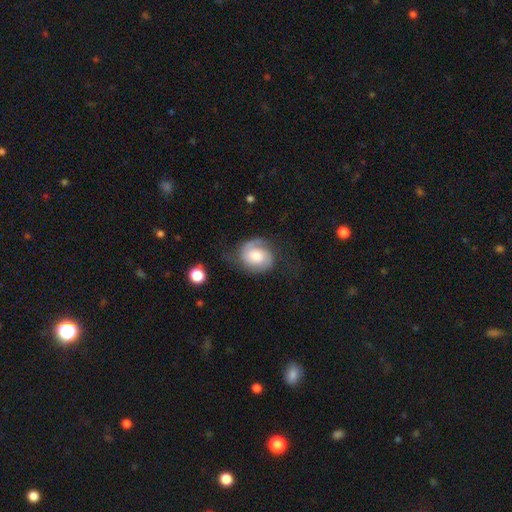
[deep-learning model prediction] Q: Smooth or featured?
A: featured or disk (64%); runner-up: smooth (28%)
Q: Edge-on disk?
A: no (98%); runner-up: yes (2%)
Q: Bar?
A: no (64%); runner-up: weak (30%)
Q: Spiral arms?
A: yes (91%); runner-up: no (9%)
Q: Spiral winding?
A: medium (42%); runner-up: tight (39%)
Q: Spiral arm count?
A: 2 (77%); runner-up: can't tell (10%)
Q: Bulge size?
A: moderate (43%); runner-up: large (32%)
Q: Merging?
A: none (54%); runner-up: minor disturbance (26%)